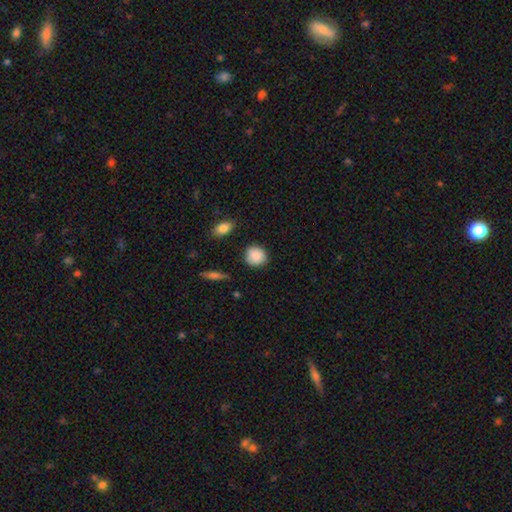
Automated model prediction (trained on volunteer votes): smooth_or_featured: smooth (p=0.89) [alt: star or artifact p=0.07]
how_rounded: round (p=0.85) [alt: in between p=0.14]
merging: none (p=0.86) [alt: minor disturbance p=0.09]